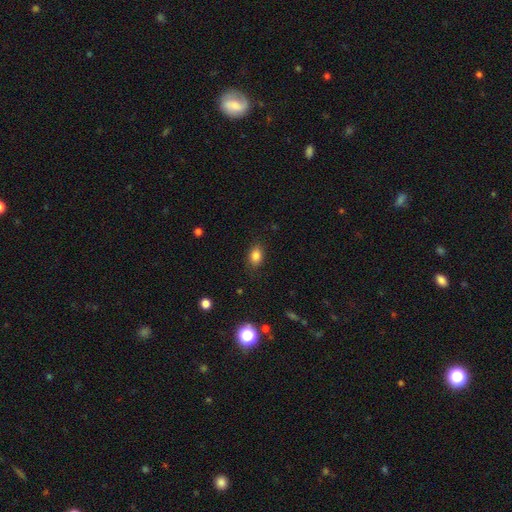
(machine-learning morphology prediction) Smooth or featured? Predicted: smooth (p=0.83). How rounded? Predicted: in between (p=0.77). Merging? Predicted: none (p=0.84).